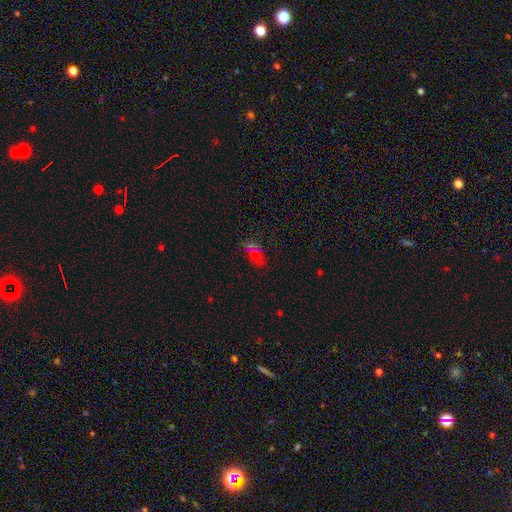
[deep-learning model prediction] This appears to be a smooth galaxy with no disk features (47%). Merging: none (66%).